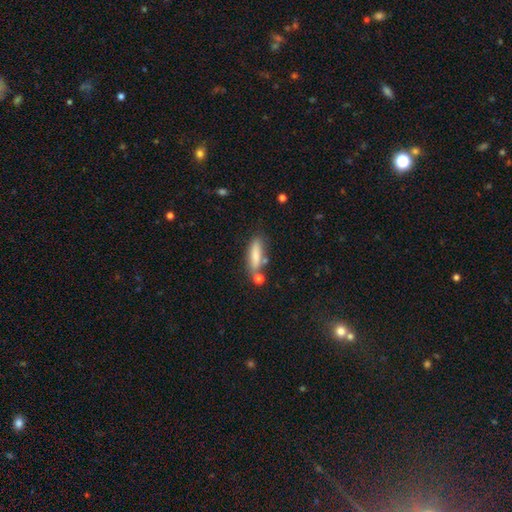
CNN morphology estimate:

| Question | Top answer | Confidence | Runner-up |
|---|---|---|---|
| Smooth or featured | smooth | 76% | featured or disk (16%) |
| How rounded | cigar-shaped | 61% | in between (37%) |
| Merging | none | 65% | minor disturbance (16%) |